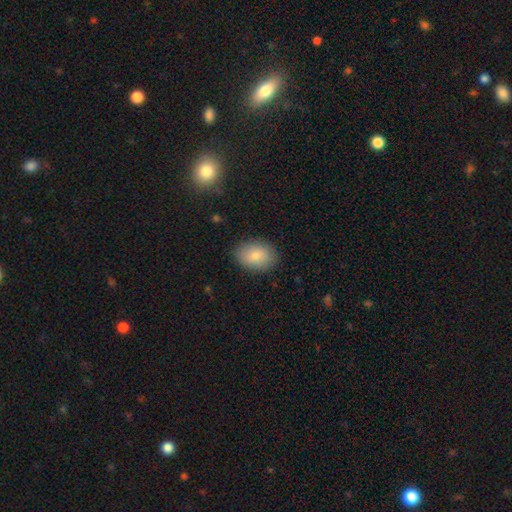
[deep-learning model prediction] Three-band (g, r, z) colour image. It shows a smooth galaxy with no disk features (85%) that is in between round and cigar-shaped (78%). Merging: none (86%).